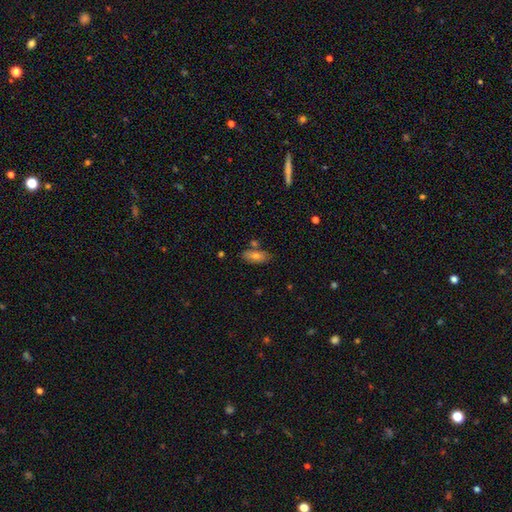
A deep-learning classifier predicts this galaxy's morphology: Smooth or featured?
  - smooth: 73% *
  - featured or disk: 18%
  - star or artifact: 9%
How rounded?
  - in between: 83% *
  - cigar-shaped: 14%
  - round: 3%
Merging?
  - none: 74% *
  - minor disturbance: 14%
  - merger: 9%
  - major disturbance: 3%